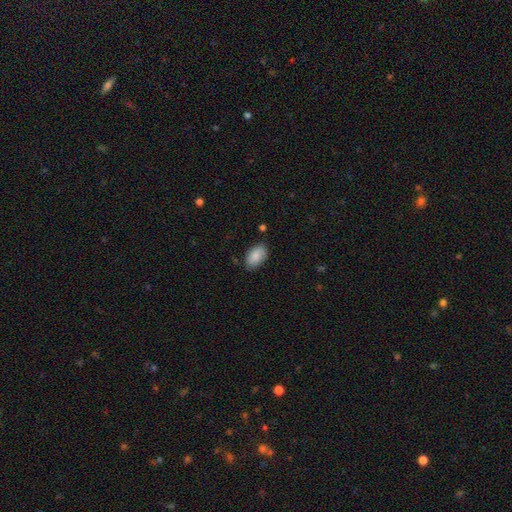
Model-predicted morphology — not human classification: Smooth or featured? smooth (84%)
How rounded? in between (92%)
Merging? none (80%)